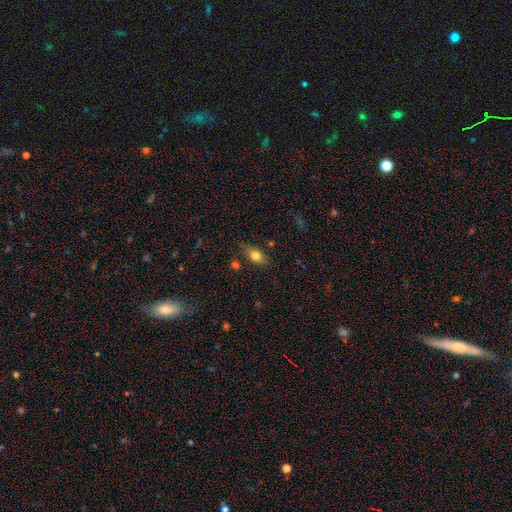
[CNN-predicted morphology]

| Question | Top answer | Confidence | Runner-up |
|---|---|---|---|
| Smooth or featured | smooth | 77% | featured or disk (14%) |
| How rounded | in between | 82% | round (10%) |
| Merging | none | 73% | minor disturbance (19%) |